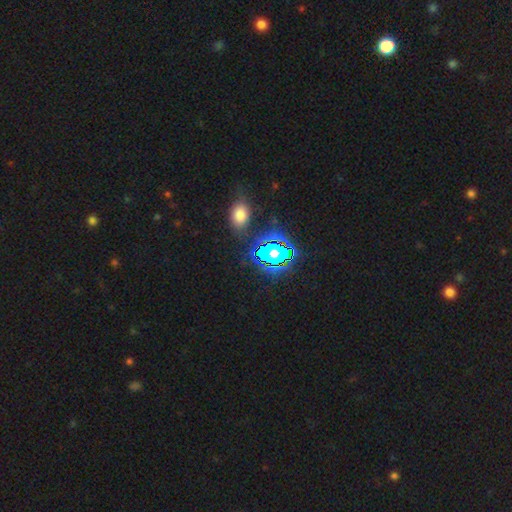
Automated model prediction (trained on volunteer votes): smooth-or-featured: star or artifact: 72% | smooth: 19% | featured or disk: 9%